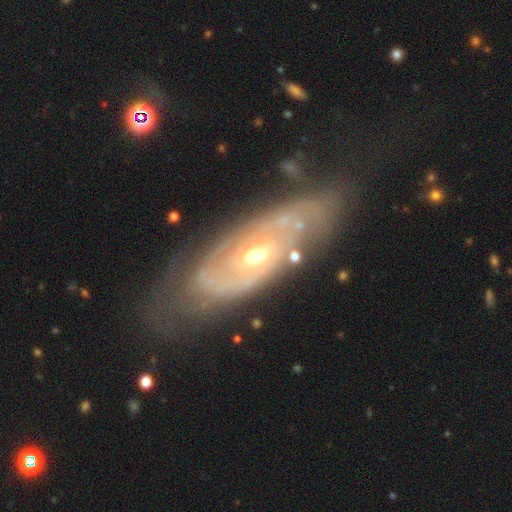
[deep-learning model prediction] featured or disk 80%, smooth 14%, star or artifact 6%. Down the decision tree: edge-on disk — no (88%); bar — no (65%); spiral arms — yes (71%); spiral arm count — can't tell (45%); spiral winding — tight (61%); bulge size — moderate (70%); merging — none (66%).